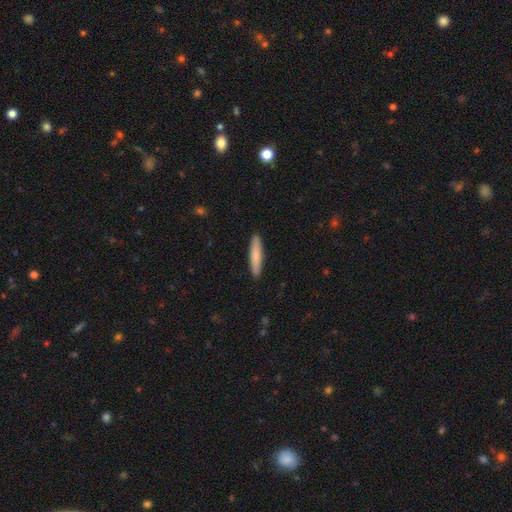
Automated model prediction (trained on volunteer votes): The model was most divided on "smooth or featured": smooth: 80%, featured or disk: 15%, star or artifact: 5%. More confident: merging — none (91%); how rounded — cigar-shaped (87%).